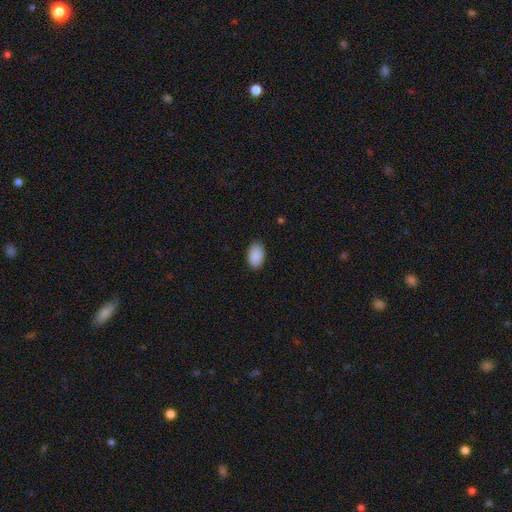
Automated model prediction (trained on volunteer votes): Smooth or featured? Predicted: smooth (p=0.90). How rounded? Predicted: in between (p=0.91). Merging? Predicted: none (p=0.87).